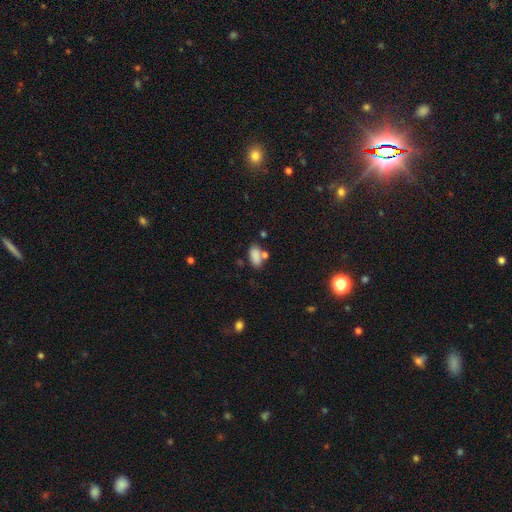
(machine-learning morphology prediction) Smooth or featured? smooth (84%)
How rounded? in between (90%)
Merging? none (60%)